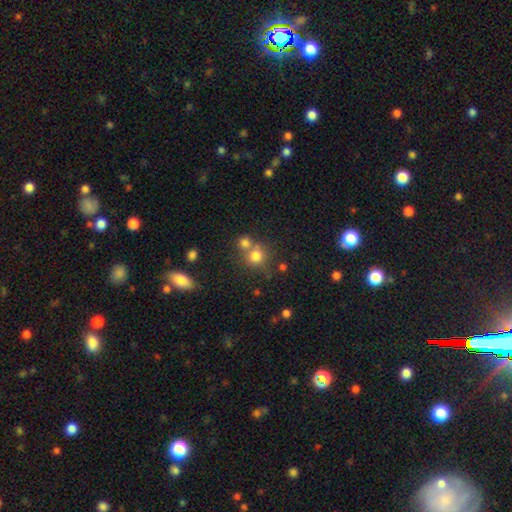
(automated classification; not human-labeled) Smooth or featured? smooth (77%)
How rounded? round (86%)
Merging? none (53%)